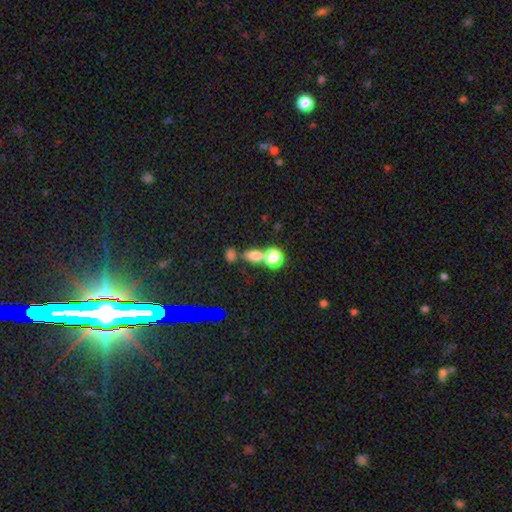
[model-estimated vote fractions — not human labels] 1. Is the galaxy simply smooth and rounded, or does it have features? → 67% smooth, 22% star or artifact, 11% featured or disk.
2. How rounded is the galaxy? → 64% in between, 29% round, 7% cigar-shaped.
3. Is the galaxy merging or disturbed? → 52% none, 33% merger, 10% minor disturbance, 5% major disturbance.